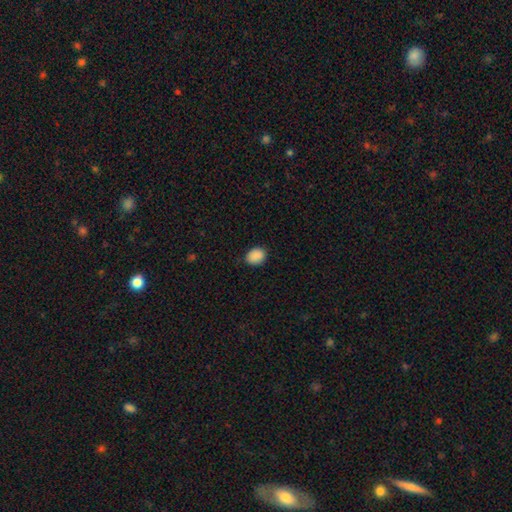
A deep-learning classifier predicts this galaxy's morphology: Overall: smooth (89%). How rounded: in between (50%; round 49%). Merging: none (87%).